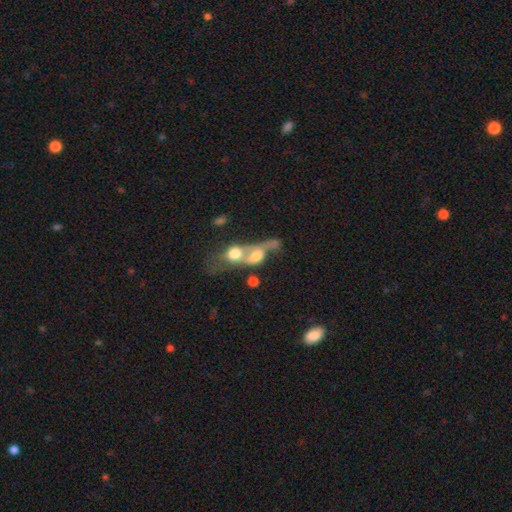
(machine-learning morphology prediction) Smooth or featured? smooth (51%)
How rounded? in between (57%)
Merging? merger (80%)